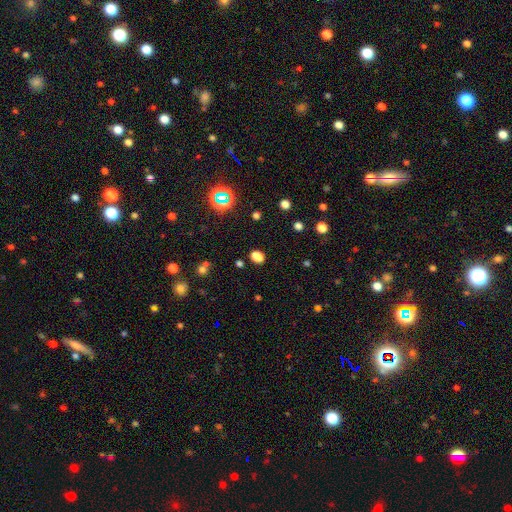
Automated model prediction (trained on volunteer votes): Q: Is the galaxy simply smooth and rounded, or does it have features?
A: smooth — 69%.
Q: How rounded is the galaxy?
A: in between — 69%.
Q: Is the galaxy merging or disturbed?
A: none — 85%.